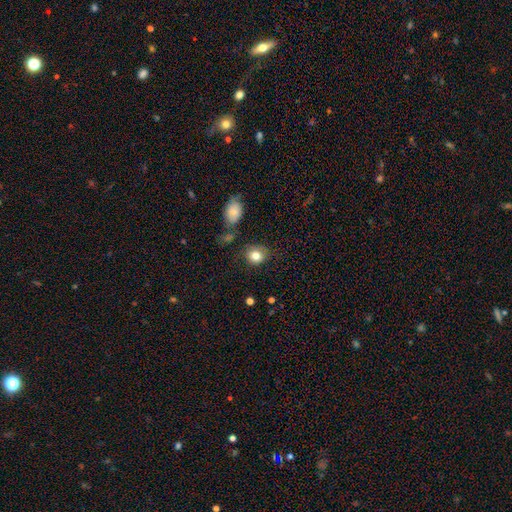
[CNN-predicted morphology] Overall: smooth (82%). How rounded: round (65%; in between 34%). Merging: none (76%).